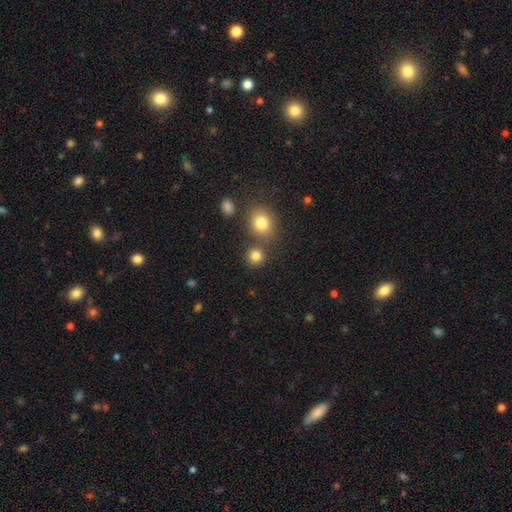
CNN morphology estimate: A smooth galaxy with no disk features (82%) that is round (89%).

Vote fractions:
- Smooth or featured? smooth: 82% / star or artifact: 13% / featured or disk: 5%
- How rounded? round: 89% / in between: 10% / cigar-shaped: 1%
- Merging? none: 75% / merger: 15% / minor disturbance: 7% / major disturbance: 3%